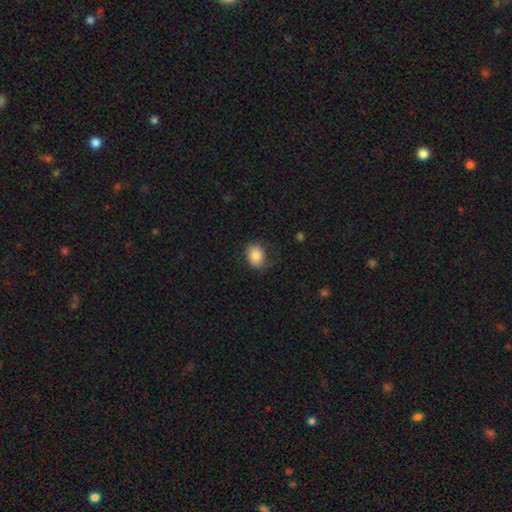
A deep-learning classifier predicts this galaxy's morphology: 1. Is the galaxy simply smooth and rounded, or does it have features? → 81% smooth, 11% featured or disk, 8% star or artifact.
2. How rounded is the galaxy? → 67% in between, 32% round, 1% cigar-shaped.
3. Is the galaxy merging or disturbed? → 65% none, 23% minor disturbance, 10% major disturbance, 1% merger.